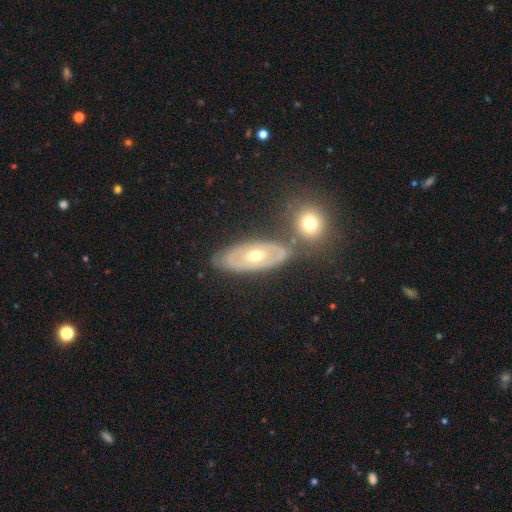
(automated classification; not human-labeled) This is likely a featured or disk galaxy (69%). It is clearly not viewed edge-on (86%). Bar: clearly no (83%). Spiral arm pattern: possibly no (53%). Central bulge: likely moderate (72%). Merging: likely none (69%).